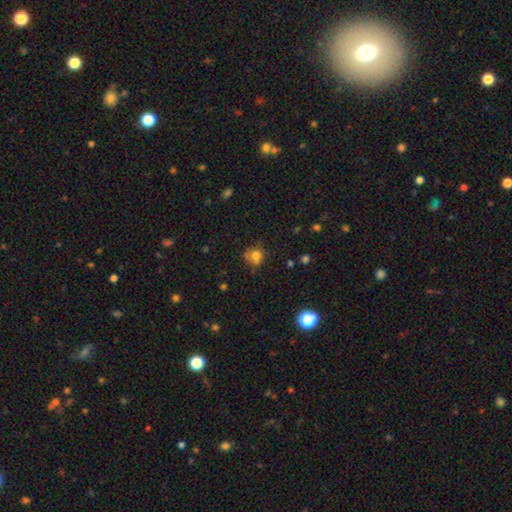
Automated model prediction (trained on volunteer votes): Smooth or featured: smooth — 74% (star or artifact — 13%)
How rounded: round — 80% (in between — 19%)
Merging: none — 57% (minor disturbance — 26%)